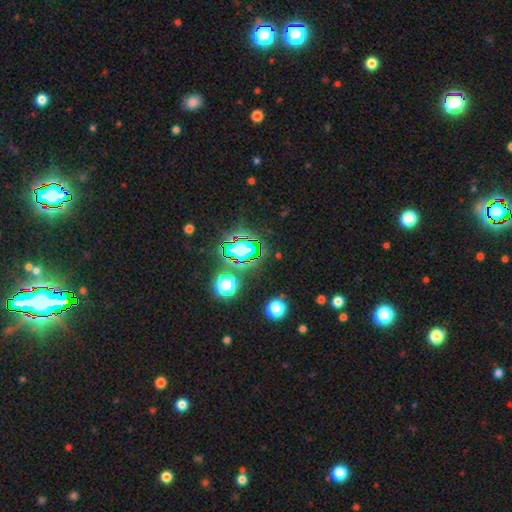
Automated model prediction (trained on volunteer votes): Smooth or featured? Predicted: star or artifact (p=0.80).